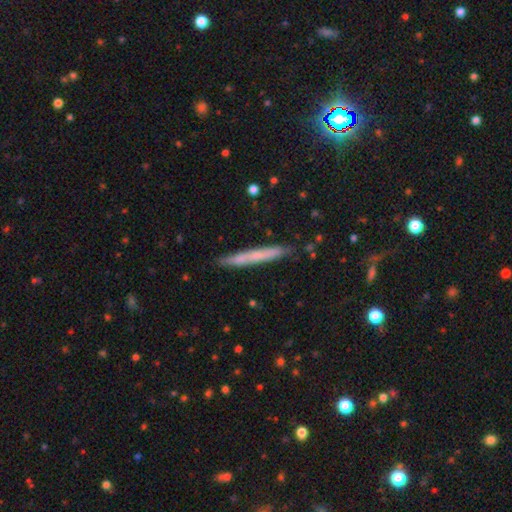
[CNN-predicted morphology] Smooth or featured? smooth (54%)
How rounded? cigar-shaped (96%)
Merging? none (87%)